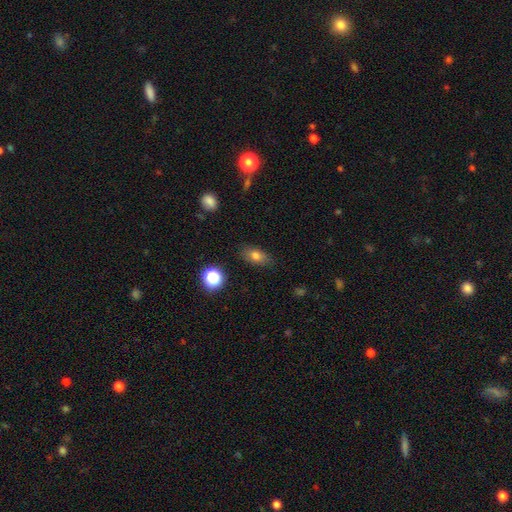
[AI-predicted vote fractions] Overall: smooth (76%). How rounded: in between (81%). Merging: none (83%).